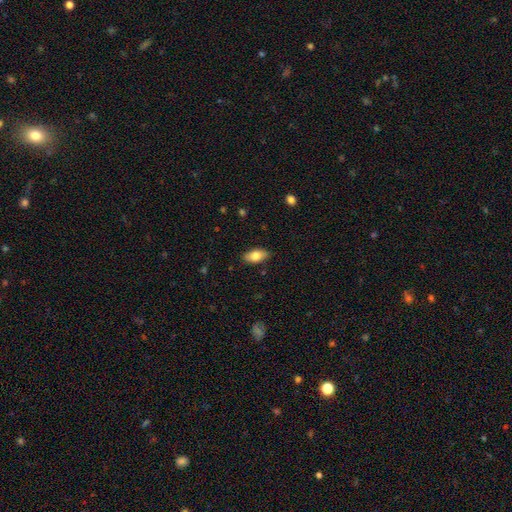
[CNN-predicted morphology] This appears to be a smooth galaxy with no disk features (81%) that is in between round and cigar-shaped (90%). Merging: none (86%).